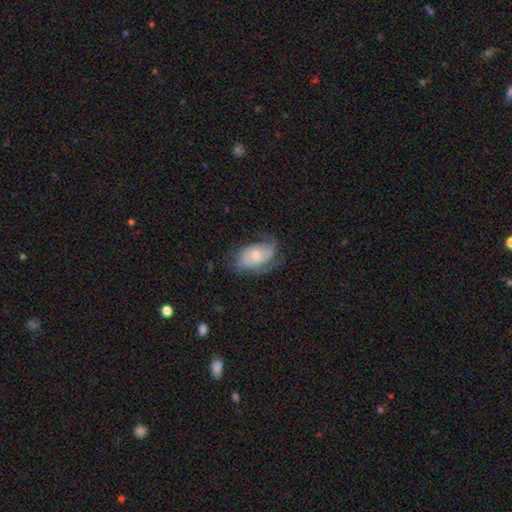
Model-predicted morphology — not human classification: Smooth or featured? Predicted: featured or disk (p=0.64). Edge-on disk? Predicted: no (p=0.95). Bar? Predicted: no (p=0.73). Spiral arms? Predicted: yes (p=0.85). Spiral winding? Predicted: medium (p=0.39). Spiral arm count? Predicted: 2 (p=0.53). Bulge size? Predicted: moderate (p=0.51). Merging? Predicted: none (p=0.56).